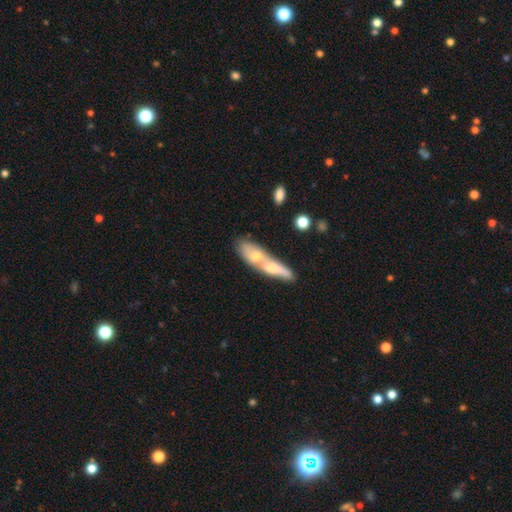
Smooth or featured?
  - smooth: 56% *
  - featured or disk: 38%
  - star or artifact: 5%
How rounded?
  - in between: 45% * (tied)
  - cigar-shaped: 45% * (tied)
  - round: 9%
Merging?
  - merger: 73% *
  - none: 11%
  - minor disturbance: 8%
  - major disturbance: 8%